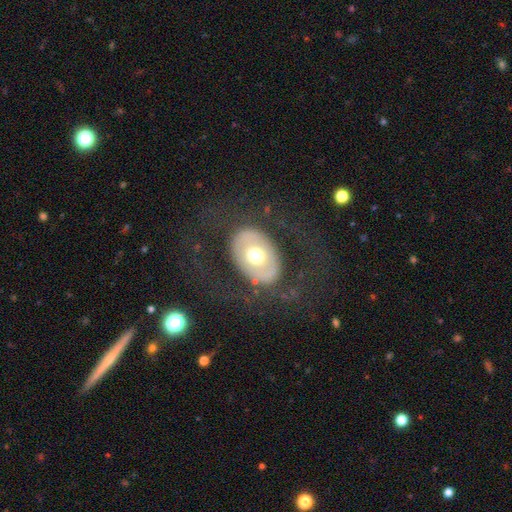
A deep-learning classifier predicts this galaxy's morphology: Smooth or featured?
  - featured or disk: 47% *
  - smooth: 46%
  - star or artifact: 7%
Merging?
  - none: 73% *
  - major disturbance: 14%
  - minor disturbance: 12%
  - merger: 1%